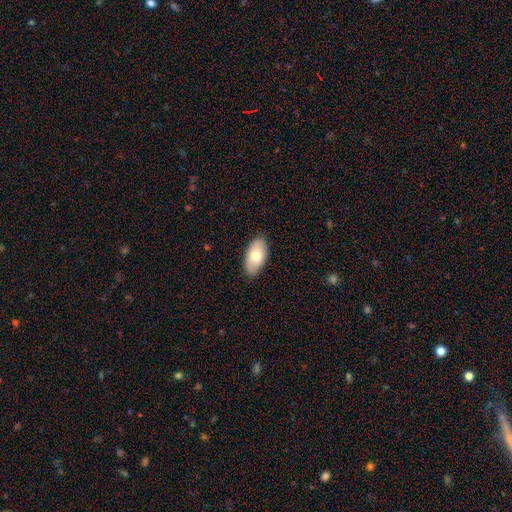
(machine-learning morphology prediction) smooth-or-featured: smooth: 74% | featured or disk: 19% | star or artifact: 6%
  how-rounded: in between: 95% | round: 3% | cigar-shaped: 2%
  merging: none: 86% | minor disturbance: 11% | major disturbance: 2% | merger: 1%